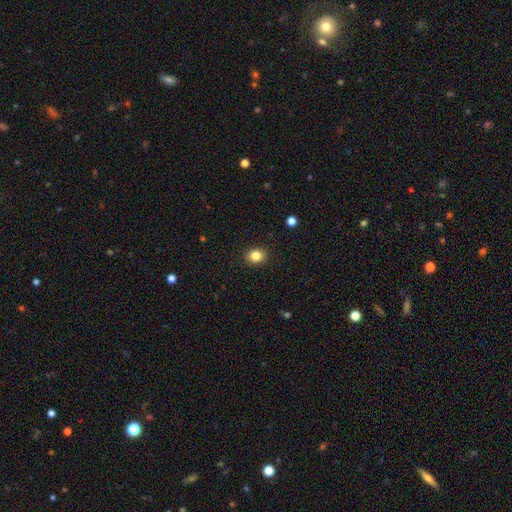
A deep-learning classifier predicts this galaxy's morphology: A smooth galaxy with no disk features (83%) that is round (63%).

Vote fractions:
- Smooth or featured? smooth: 83% / star or artifact: 11% / featured or disk: 6%
- How rounded? round: 63% / in between: 36% / cigar-shaped: 1%
- Merging? none: 91% / minor disturbance: 7% / major disturbance: 2% / merger: 1%